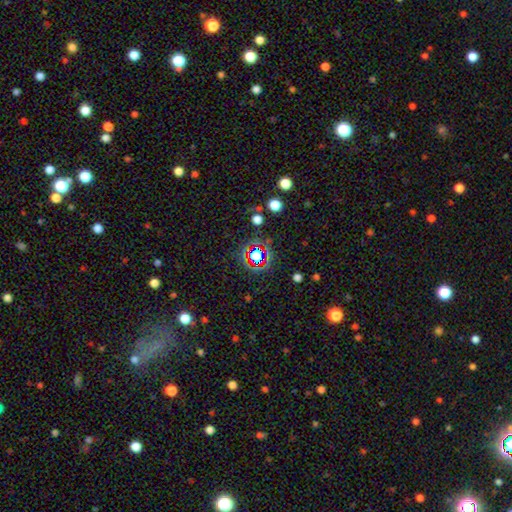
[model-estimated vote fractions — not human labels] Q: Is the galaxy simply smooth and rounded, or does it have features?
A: star or artifact — 60%.